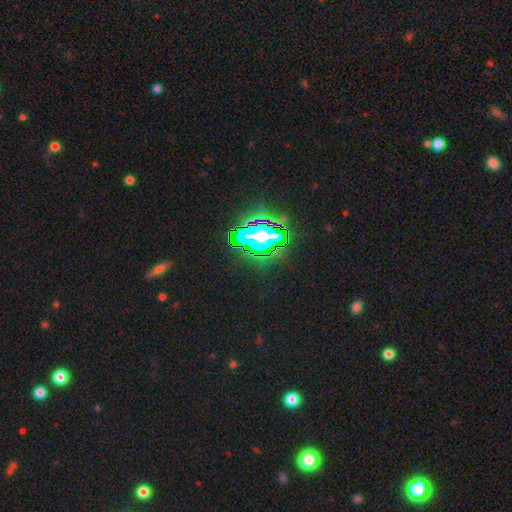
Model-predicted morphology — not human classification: star or artifact 84%, smooth 9%, featured or disk 7%.